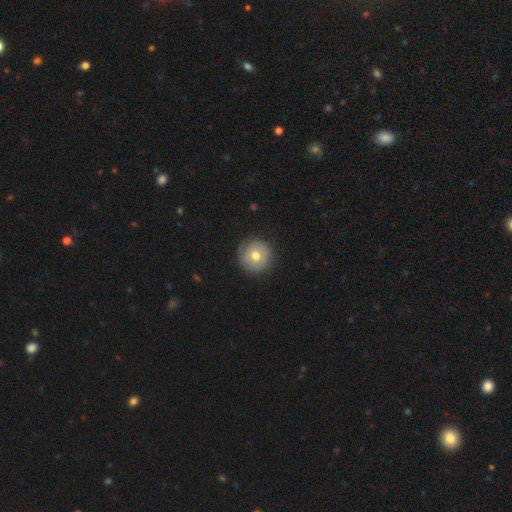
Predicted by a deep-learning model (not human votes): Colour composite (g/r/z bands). It shows a smooth galaxy with no disk features (65%) that is round (96%). Merging: none (85%).